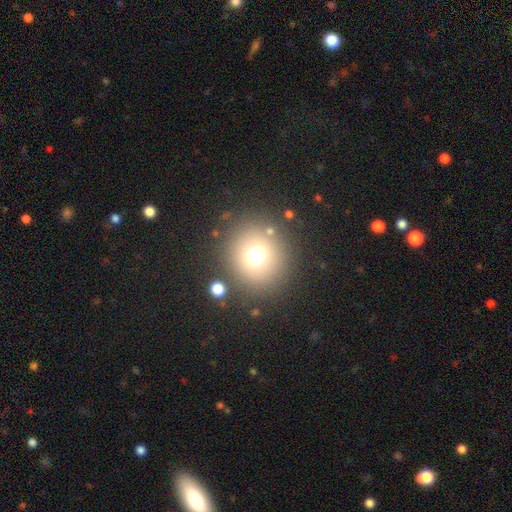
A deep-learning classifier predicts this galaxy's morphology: smooth-or-featured: smooth: 68% | star or artifact: 20% | featured or disk: 12%
  how-rounded: round: 91% | in between: 8% | cigar-shaped: 1%
  merging: none: 82% | minor disturbance: 8% | major disturbance: 5% | merger: 5%